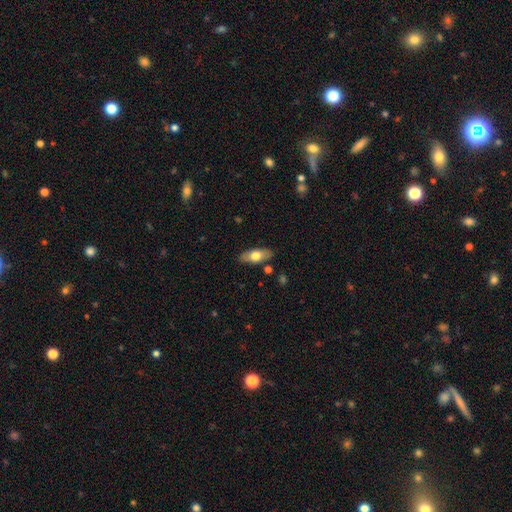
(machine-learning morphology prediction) A smooth galaxy with no disk features (67%) that is in between round and cigar-shaped (81%). Merging: none (84%).